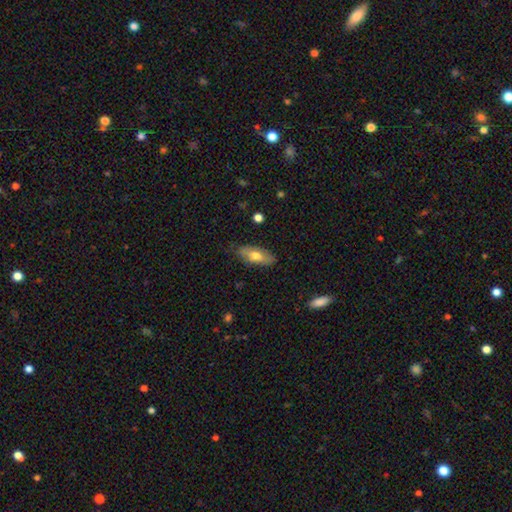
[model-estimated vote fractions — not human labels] smooth 67%, featured or disk 27%, star or artifact 6%. Down the decision tree: how rounded — in between (80%); merging — none (80%).